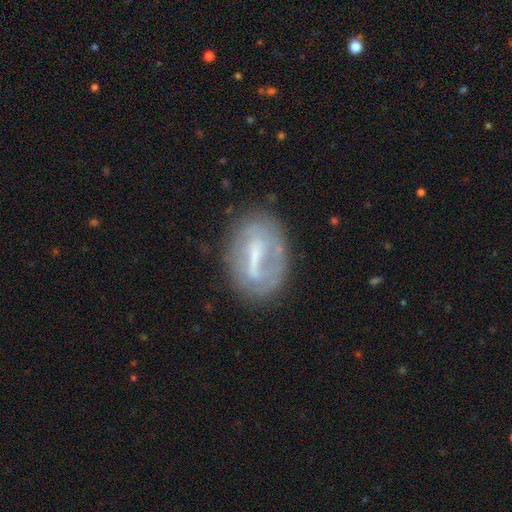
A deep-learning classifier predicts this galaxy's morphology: Smooth or featured? featured or disk (63%)
Edge-on disk? no (93%)
Bar? strong (54%)
Spiral arms? no (51%)
Bulge size? small (38%)
Merging? none (67%)